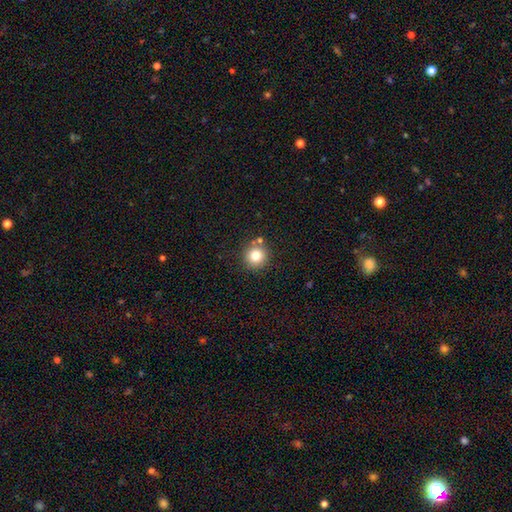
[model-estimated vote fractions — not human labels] Smooth or featured?
  - smooth: 79% *
  - star or artifact: 12%
  - featured or disk: 9%
How rounded?
  - round: 94% *
  - in between: 5%
  - cigar-shaped: 1%
Merging?
  - none: 81% *
  - merger: 8%
  - minor disturbance: 8%
  - major disturbance: 3%